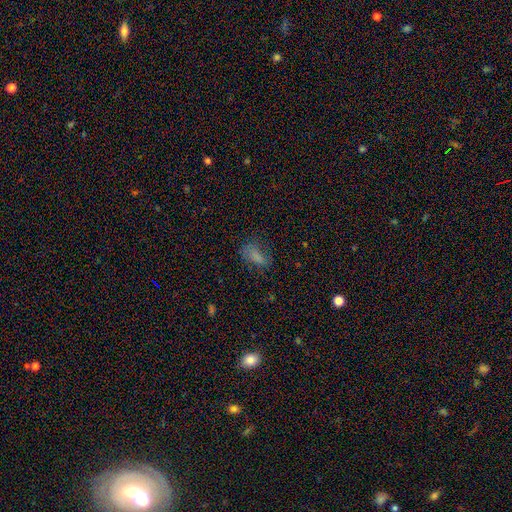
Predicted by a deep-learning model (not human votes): Smooth or featured? Predicted: smooth (p=0.71). How rounded? Predicted: in between (p=0.84). Merging? Predicted: none (p=0.52).